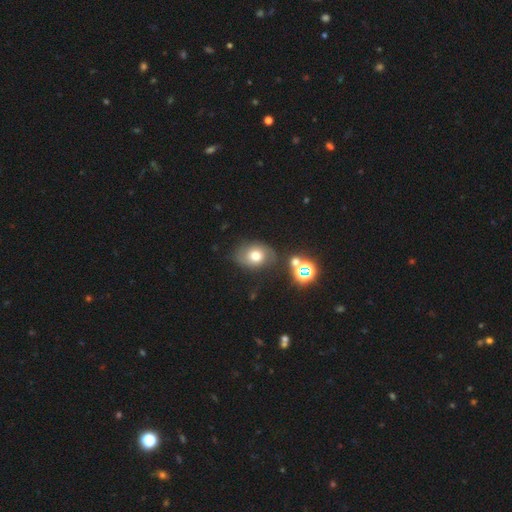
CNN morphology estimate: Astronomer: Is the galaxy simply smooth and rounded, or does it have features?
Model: smooth — 61%.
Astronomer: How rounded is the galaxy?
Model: in between — 61% (runner-up: round, 38%).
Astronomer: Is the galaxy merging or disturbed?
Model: none — 69%.